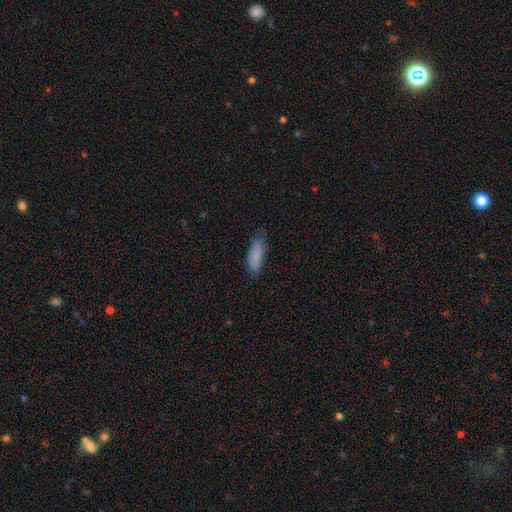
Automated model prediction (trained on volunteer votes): Overall: smooth (85%). How rounded: in between (57%; cigar-shaped 41%). Merging: none (73%).